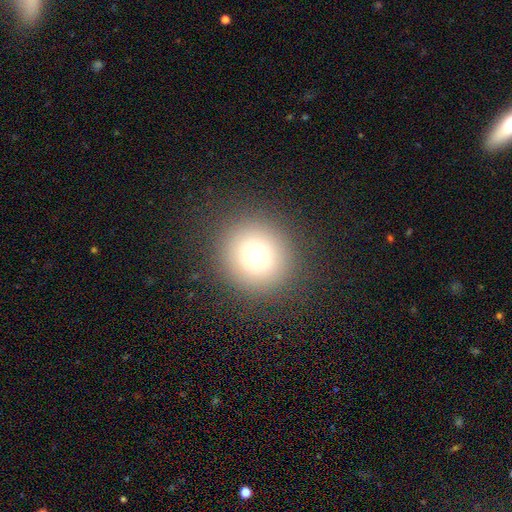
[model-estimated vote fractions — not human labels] Overall: smooth (71%). How rounded: round (90%). Merging: none (88%).